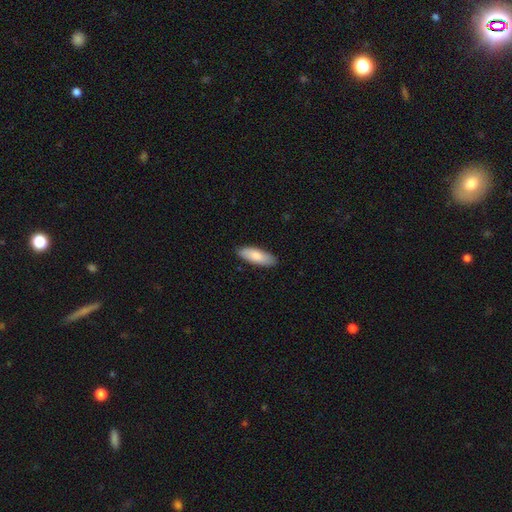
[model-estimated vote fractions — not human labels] The model was most divided on "how rounded": in between: 68%, cigar-shaped: 30%, round: 2%. More confident: merging — none (88%); smooth or featured — smooth (81%).